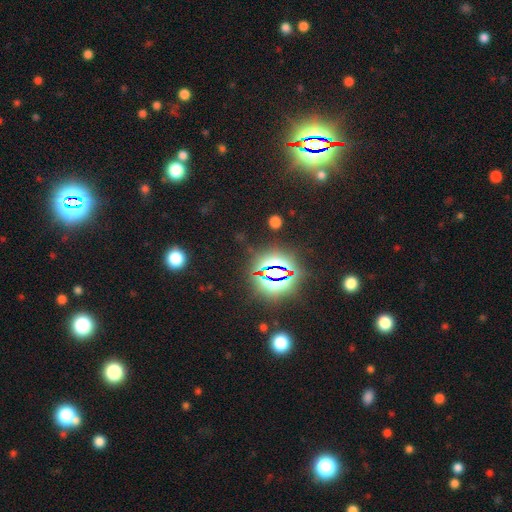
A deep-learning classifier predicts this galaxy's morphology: A star or artifact, not a galaxy (79%).